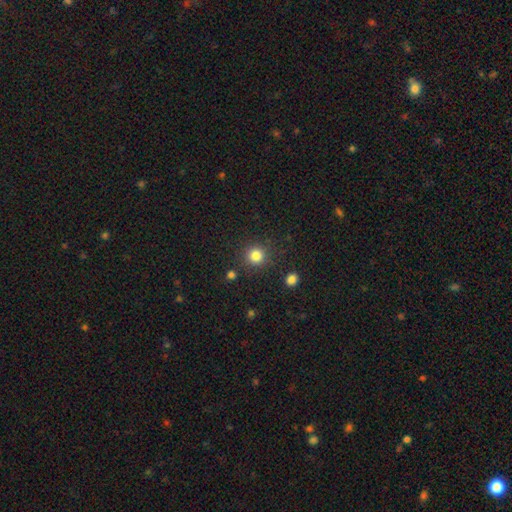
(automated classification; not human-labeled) The model was most divided on "smooth or featured": smooth: 83%, star or artifact: 12%, featured or disk: 5%. More confident: how rounded — round (93%); merging — none (87%).